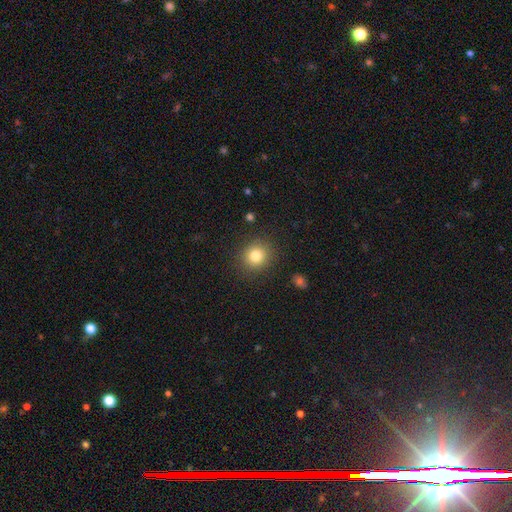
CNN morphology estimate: type=smooth (81%); roundness=round (87%); merging=none (88%).